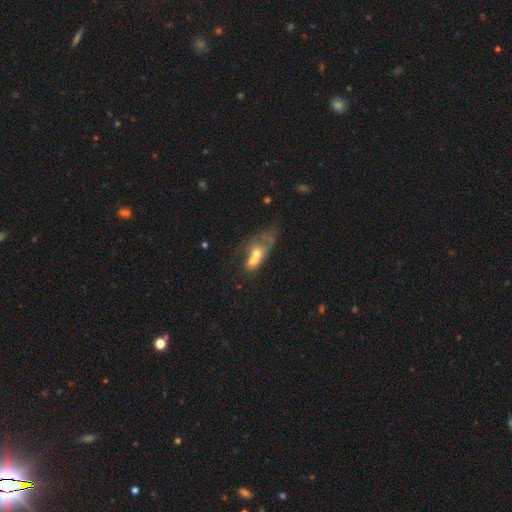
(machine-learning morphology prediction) The model was most divided on "smooth or featured": smooth: 53%, featured or disk: 38%, star or artifact: 10%. More confident: how rounded — in between (69%); merging — merger (59%).